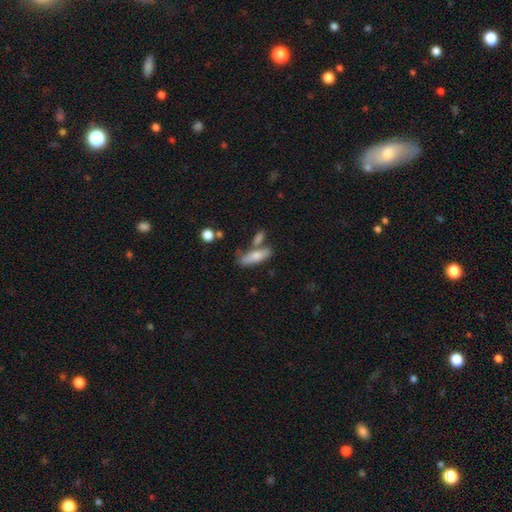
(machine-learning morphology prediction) Smooth or featured? Predicted: smooth (p=0.74). How rounded? Predicted: in between (p=0.50). Merging? Predicted: none (p=0.57).